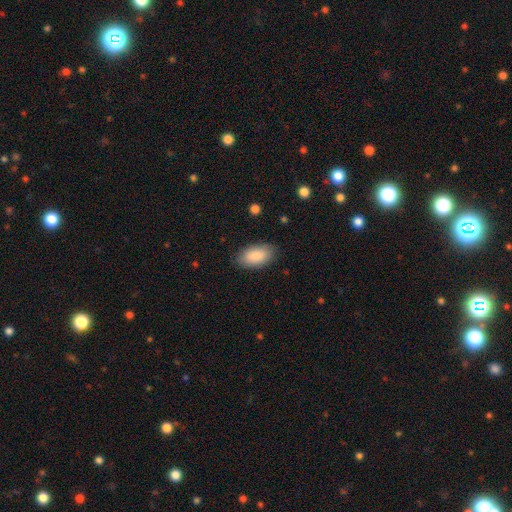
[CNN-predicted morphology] smooth-or-featured: smooth: 89% | star or artifact: 6% | featured or disk: 5%
  how-rounded: in between: 95% | round: 3% | cigar-shaped: 2%
  merging: none: 85% | minor disturbance: 11% | major disturbance: 3% | merger: 1%